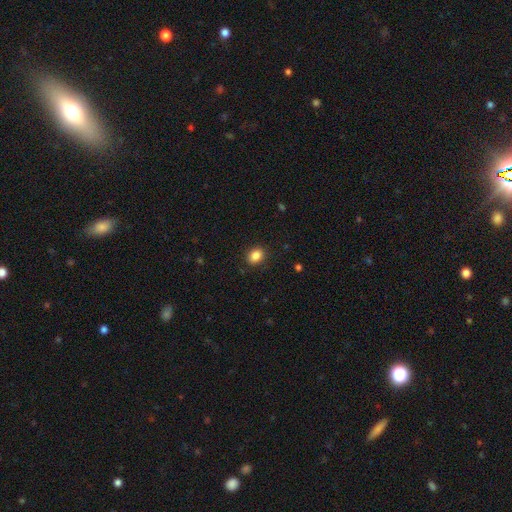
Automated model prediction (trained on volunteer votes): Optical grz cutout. It shows a smooth galaxy with no disk features (86%) that is in between round and cigar-shaped (50%). Merging: none (89%).